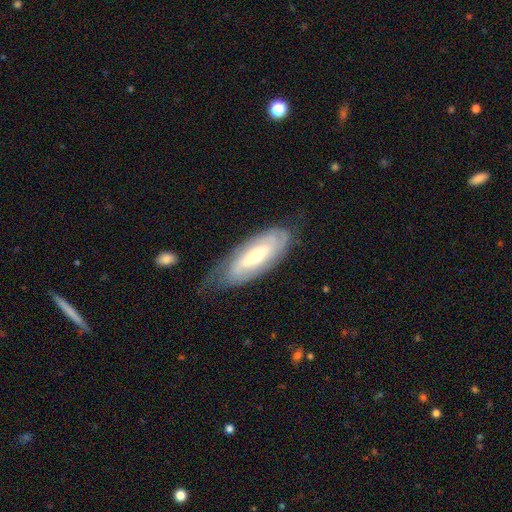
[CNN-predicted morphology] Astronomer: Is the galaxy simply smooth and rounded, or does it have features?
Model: featured or disk — 68%.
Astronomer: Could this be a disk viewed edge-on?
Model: no — 82%.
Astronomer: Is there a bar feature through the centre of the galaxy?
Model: no — 38%, tied with weak at 38%.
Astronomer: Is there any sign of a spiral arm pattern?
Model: yes — 79%.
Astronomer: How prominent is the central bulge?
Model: moderate — 59%.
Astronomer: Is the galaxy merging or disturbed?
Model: none — 69%.